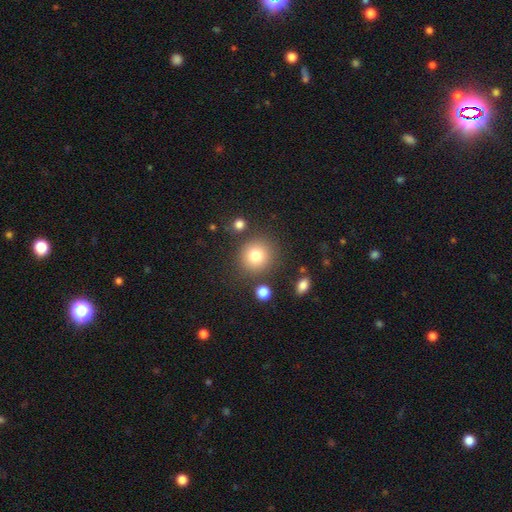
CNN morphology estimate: Q: Smooth or featured?
A: smooth (80%); runner-up: star or artifact (11%)
Q: How rounded?
A: round (90%); runner-up: in between (9%)
Q: Merging?
A: none (81%); runner-up: minor disturbance (9%)